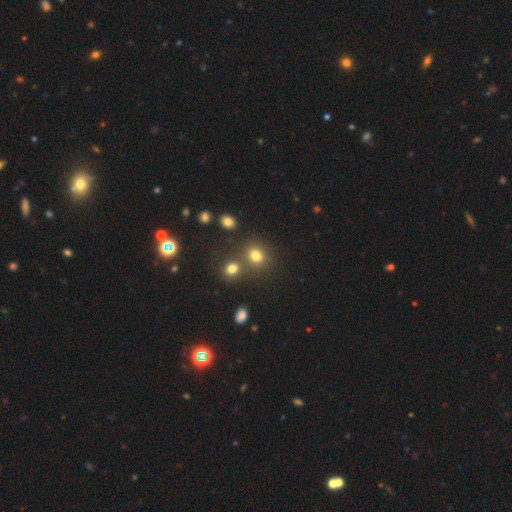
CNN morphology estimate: type=smooth (77%); roundness=round (75%); merging=none (62%).